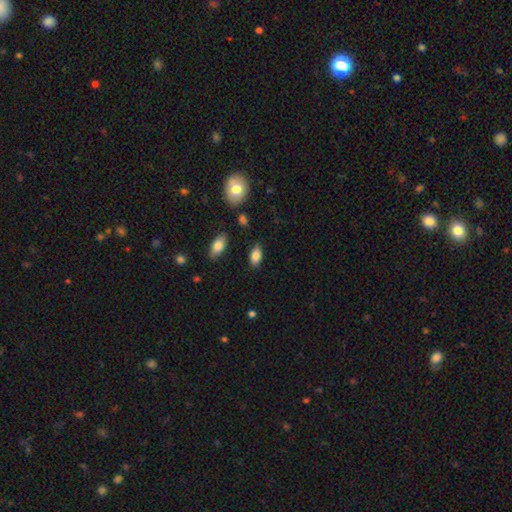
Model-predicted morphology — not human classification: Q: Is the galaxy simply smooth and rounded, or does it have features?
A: smooth — 85%.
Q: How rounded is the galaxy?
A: in between — 91%.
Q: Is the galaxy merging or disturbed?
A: none — 84%.